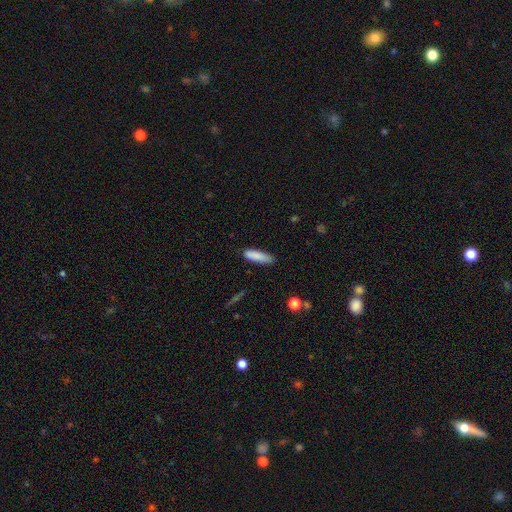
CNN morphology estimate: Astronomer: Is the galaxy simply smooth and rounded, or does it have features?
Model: smooth — 86%.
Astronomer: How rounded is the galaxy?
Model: cigar-shaped — 64%.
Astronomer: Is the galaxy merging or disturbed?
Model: none — 78%.